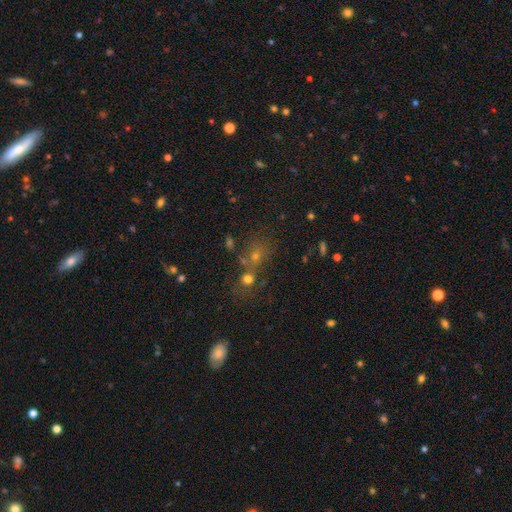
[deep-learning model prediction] A smooth galaxy with no disk features (52%) that is round (72%).

Vote fractions:
- Smooth or featured? smooth: 52% / star or artifact: 34% / featured or disk: 14%
- How rounded? round: 72% / in between: 26% / cigar-shaped: 2%
- Merging? none: 45% / merger: 39% / minor disturbance: 9% / major disturbance: 6%